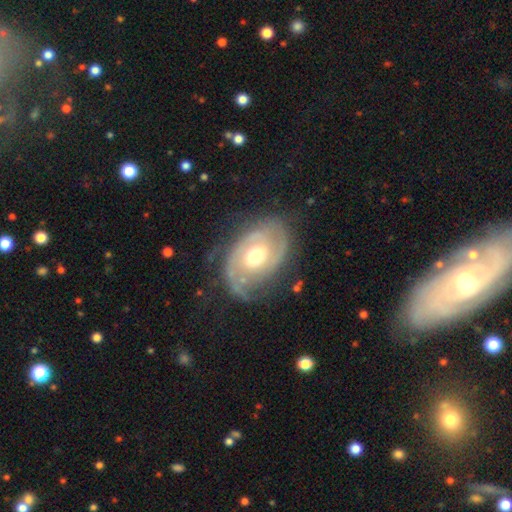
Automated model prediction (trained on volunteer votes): This is clearly a featured or disk galaxy (87%). It is clearly not viewed edge-on (96%). Bar: possibly no (59%). Spiral arm pattern: clearly yes (94%). Spiral arm count: likely 2 (67%). Spiral winding: possibly tight (55%). Central bulge: likely moderate (74%). Merging: likely none (69%).